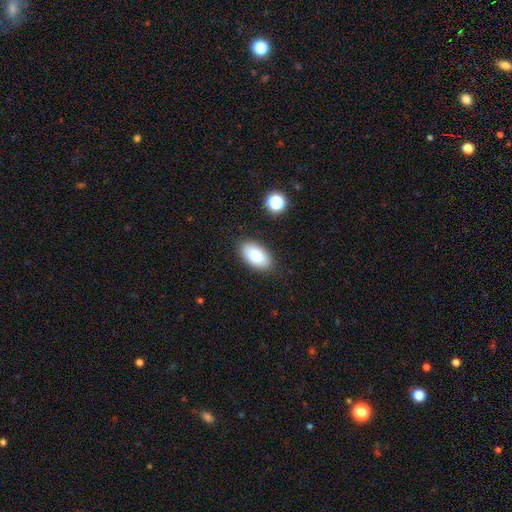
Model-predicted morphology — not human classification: Smooth or featured?
  - smooth: 86% *
  - star or artifact: 7%
  - featured or disk: 7%
How rounded?
  - in between: 95% *
  - round: 3%
  - cigar-shaped: 2%
Merging?
  - none: 85% *
  - minor disturbance: 10%
  - major disturbance: 3%
  - merger: 1%